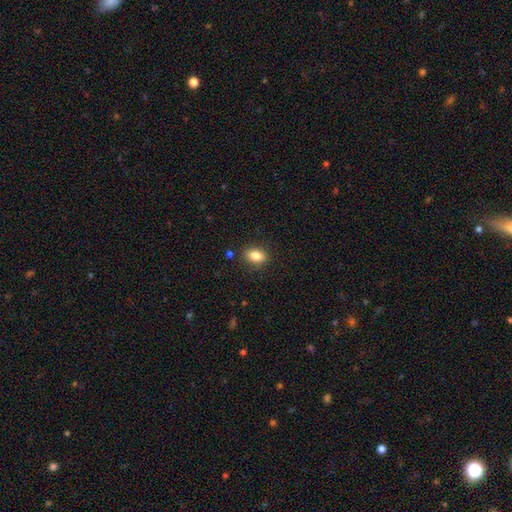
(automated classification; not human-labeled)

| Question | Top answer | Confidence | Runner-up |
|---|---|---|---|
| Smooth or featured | smooth | 82% | featured or disk (9%) |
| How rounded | in between | 84% | round (11%) |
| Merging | none | 86% | minor disturbance (10%) |